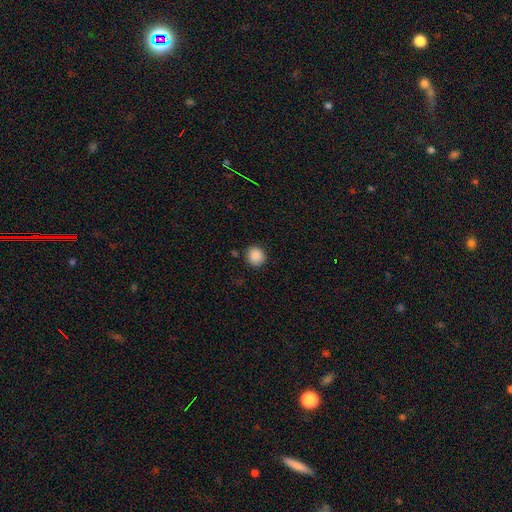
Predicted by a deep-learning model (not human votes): Smooth or featured?
  - smooth: 89% *
  - star or artifact: 9%
  - featured or disk: 3%
How rounded?
  - round: 90% *
  - in between: 9%
  - cigar-shaped: 1%
Merging?
  - none: 88% *
  - minor disturbance: 8%
  - major disturbance: 2%
  - merger: 2%